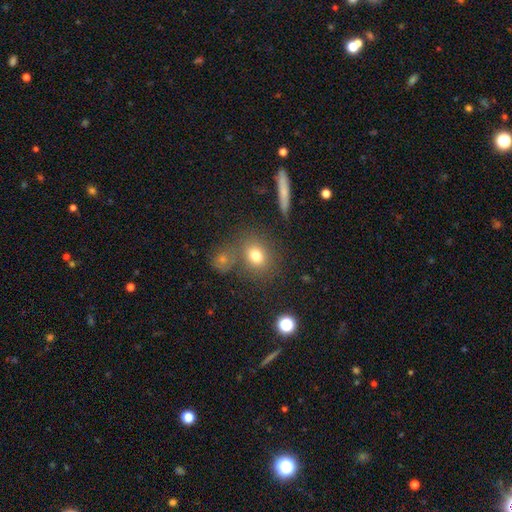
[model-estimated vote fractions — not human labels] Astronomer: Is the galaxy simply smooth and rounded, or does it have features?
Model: smooth — 76%.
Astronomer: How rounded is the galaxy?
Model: round — 63%.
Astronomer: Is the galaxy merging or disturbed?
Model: none — 69%.